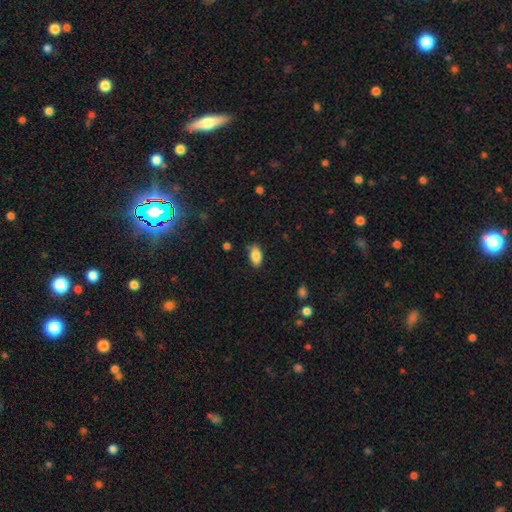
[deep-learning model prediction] This appears to be a smooth galaxy with no disk features (85%) that is in between round and cigar-shaped (92%). Merging: none (81%).